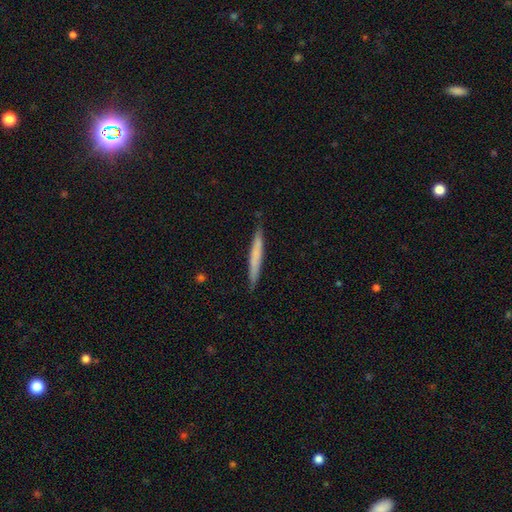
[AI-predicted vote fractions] smooth-or-featured: smooth: 63% | featured or disk: 32% | star or artifact: 6%
  how-rounded: cigar-shaped: 96% | in between: 3% | round: 1%
  merging: none: 87% | minor disturbance: 10% | major disturbance: 2% | merger: 1%